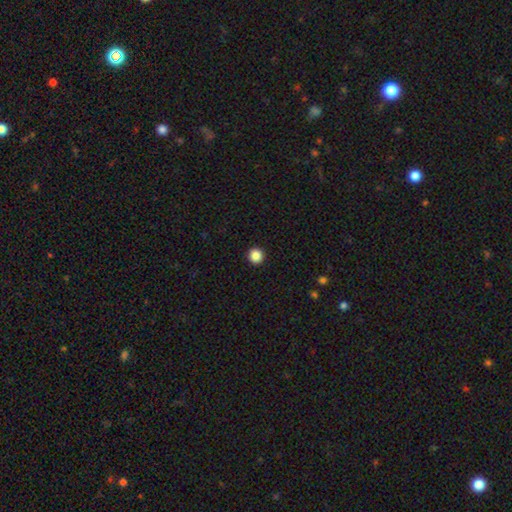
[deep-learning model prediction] This appears to be a smooth galaxy with no disk features (87%) that is round (95%). Merging: none (94%).